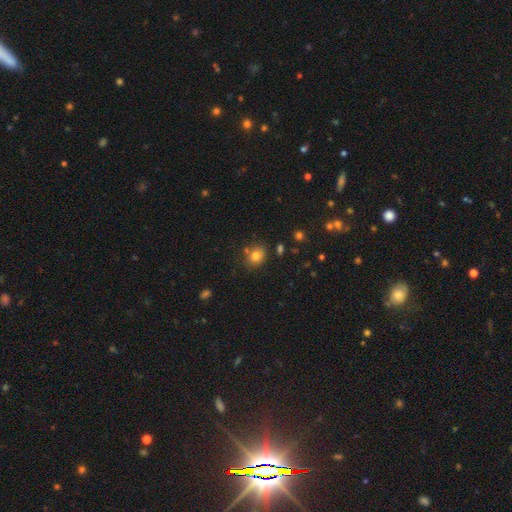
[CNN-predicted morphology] Q: Smooth or featured?
A: smooth (79%); runner-up: star or artifact (13%)
Q: How rounded?
A: in between (52%); runner-up: round (47%)
Q: Merging?
A: none (70%); runner-up: minor disturbance (16%)